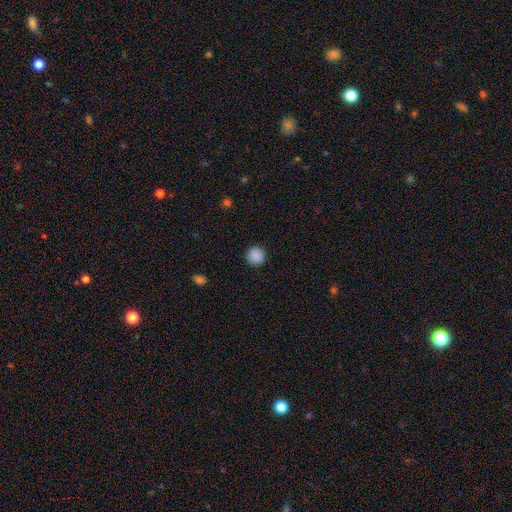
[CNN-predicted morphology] A smooth galaxy with no disk features (88%) that is round (95%). Merging: none (92%).